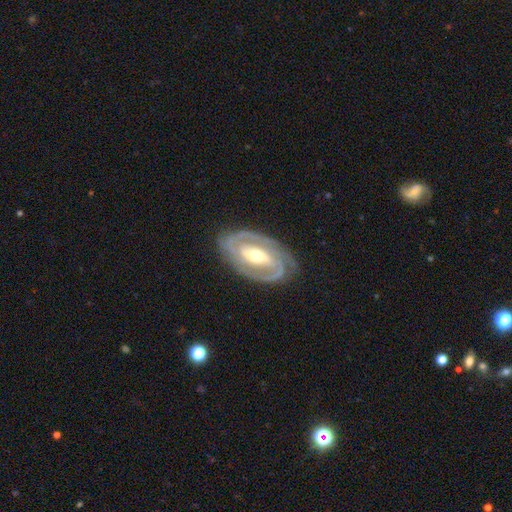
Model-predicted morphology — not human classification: A featured or disk galaxy (89%) with a strong bar (43%), 2 (80%) tight (64%) spiral arms (95%) and a moderate central bulge (63%). Merging: none (82%).